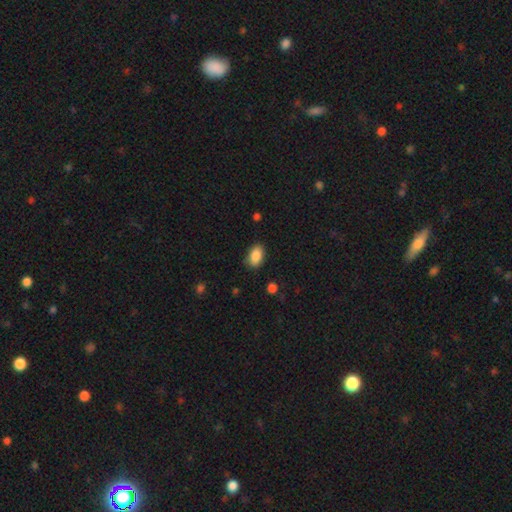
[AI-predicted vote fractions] A smooth galaxy with no disk features (89%) that is in between round and cigar-shaped (90%). Merging: none (83%).